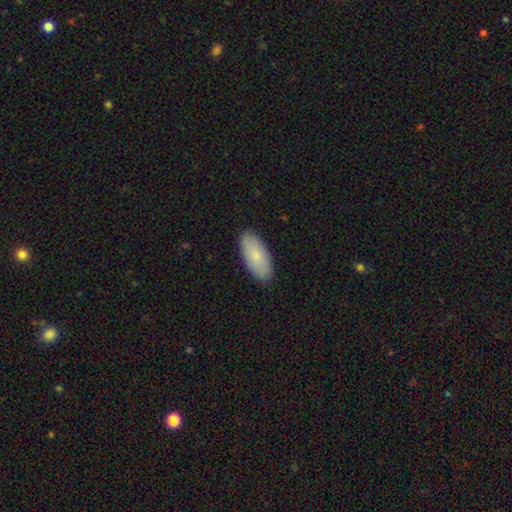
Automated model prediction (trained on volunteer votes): Smooth or featured? Predicted: smooth (p=0.82). How rounded? Predicted: in between (p=0.90). Merging? Predicted: none (p=0.88).